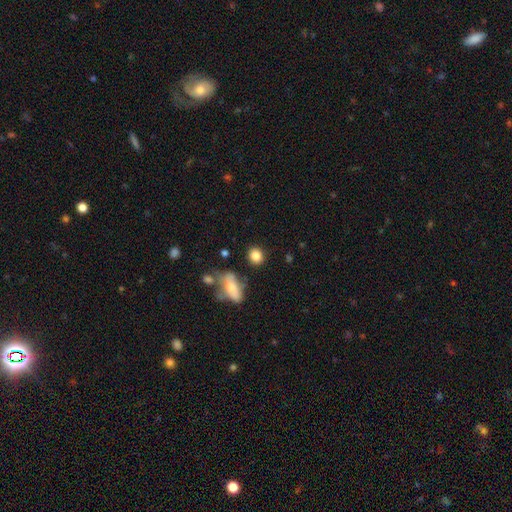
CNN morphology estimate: Smooth or featured? smooth (84%)
How rounded? round (72%)
Merging? none (81%)